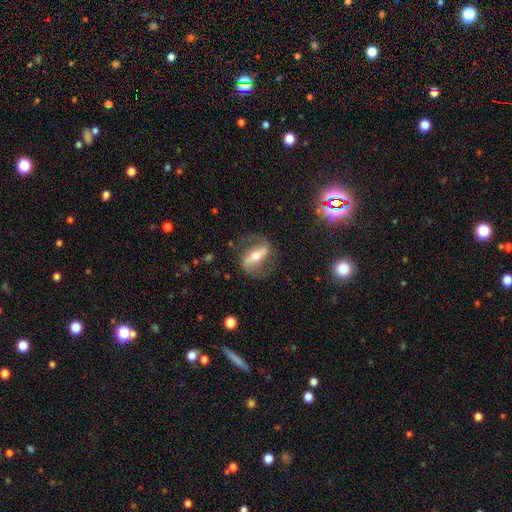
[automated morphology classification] Smooth or featured: featured or disk — 71% (smooth — 22%)
Edge-on disk: no — 78% (yes — 22%)
Bar: strong — 68% (weak — 19%)
Spiral arms: yes — 70% (no — 30%)
Bulge size: moderate — 68% (small — 21%)
Merging: none — 74% (minor disturbance — 15%)